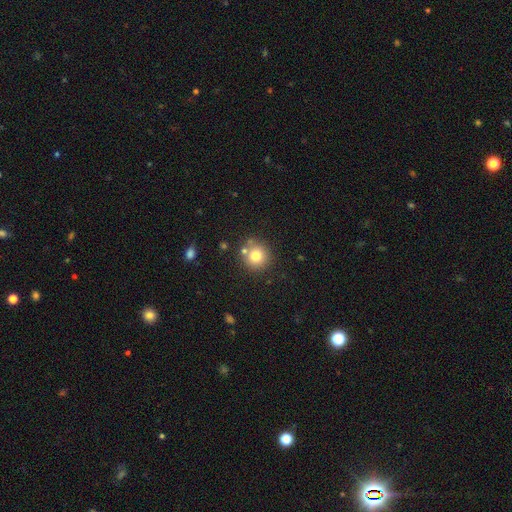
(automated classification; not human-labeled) smooth_or_featured: smooth (p=0.76) [alt: star or artifact p=0.13]
how_rounded: round (p=0.93) [alt: in between p=0.06]
merging: none (p=0.77) [alt: merger p=0.11]